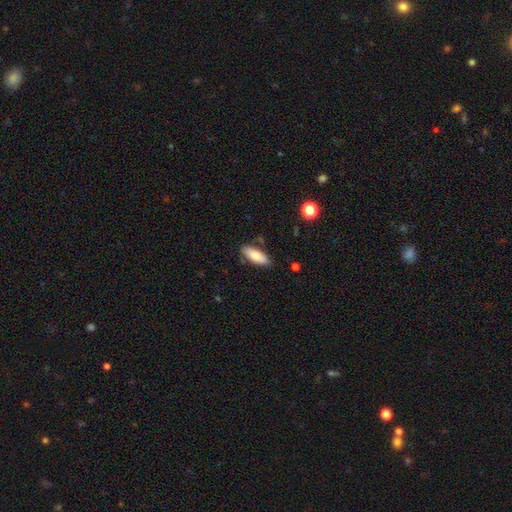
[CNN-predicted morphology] type=smooth (81%); roundness=in between (72%); merging=none (82%).